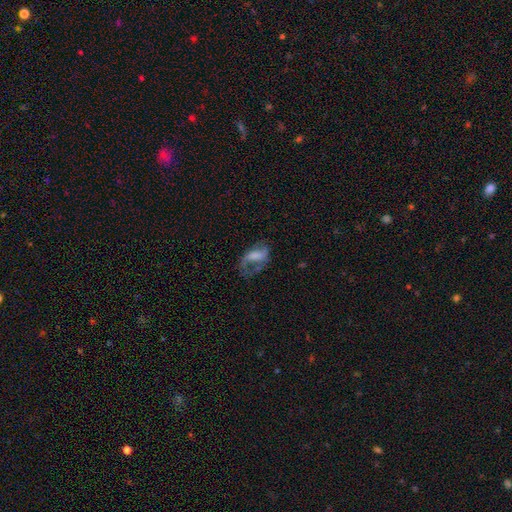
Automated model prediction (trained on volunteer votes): This is possibly a featured or disk galaxy (53%). It is clearly not viewed edge-on (95%). Bar: marginally no (40%). Spiral arm pattern: likely yes (64%). Central bulge: marginally none (41%). Merging: marginally major disturbance (44%).